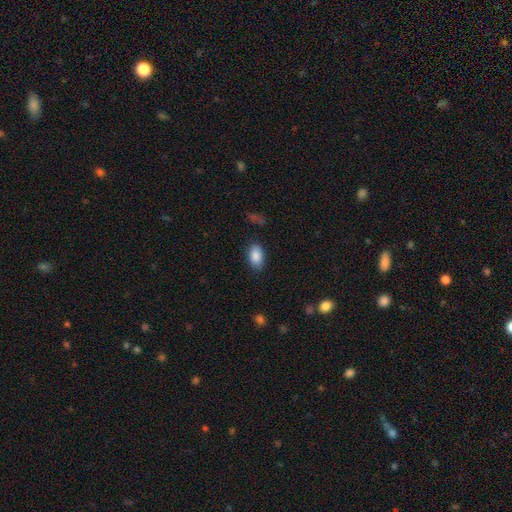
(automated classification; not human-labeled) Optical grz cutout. It shows a smooth galaxy with no disk features (88%) that is in between round and cigar-shaped (92%). Merging: none (84%).